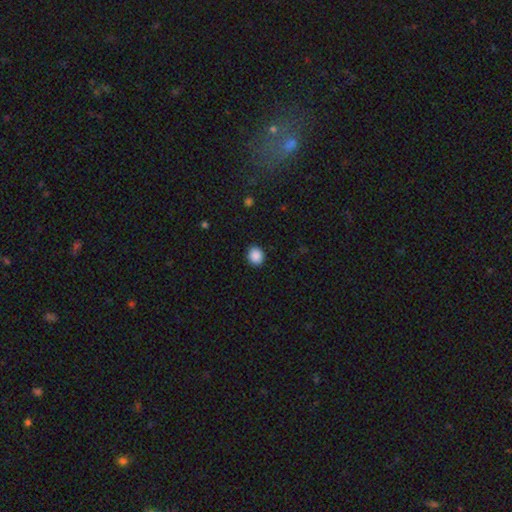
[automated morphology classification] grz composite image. It shows a smooth galaxy with no disk features (89%) that is round (76%). Merging: none (91%).